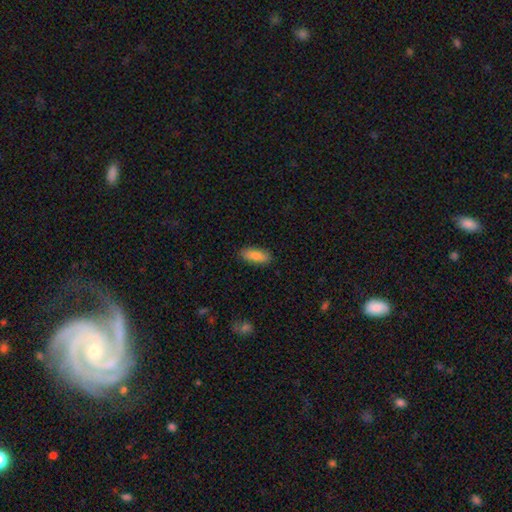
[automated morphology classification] Q: Smooth or featured?
A: smooth (83%); runner-up: featured or disk (11%)
Q: How rounded?
A: in between (76%); runner-up: cigar-shaped (22%)
Q: Merging?
A: none (88%); runner-up: minor disturbance (9%)